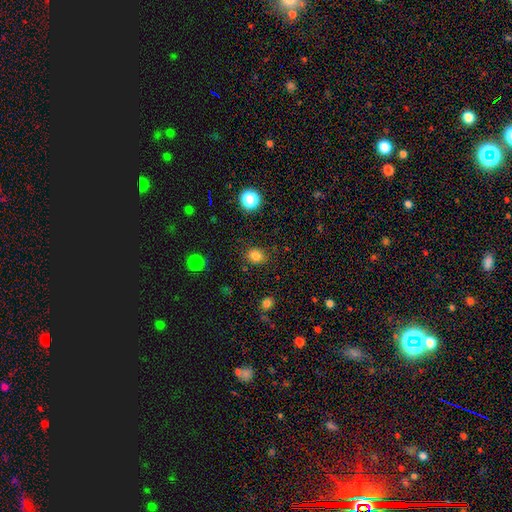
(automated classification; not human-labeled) smooth 82%, star or artifact 13%, featured or disk 5%. Down the decision tree: how rounded — round (59%); merging — none (85%).